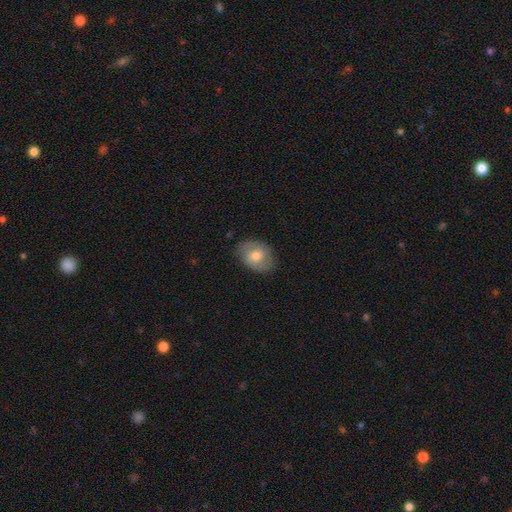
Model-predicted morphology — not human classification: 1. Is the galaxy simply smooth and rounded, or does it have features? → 57% smooth, 36% featured or disk, 7% star or artifact.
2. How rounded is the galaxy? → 68% in between, 31% round, 1% cigar-shaped.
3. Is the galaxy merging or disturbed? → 75% none, 19% minor disturbance, 5% major disturbance, 1% merger.